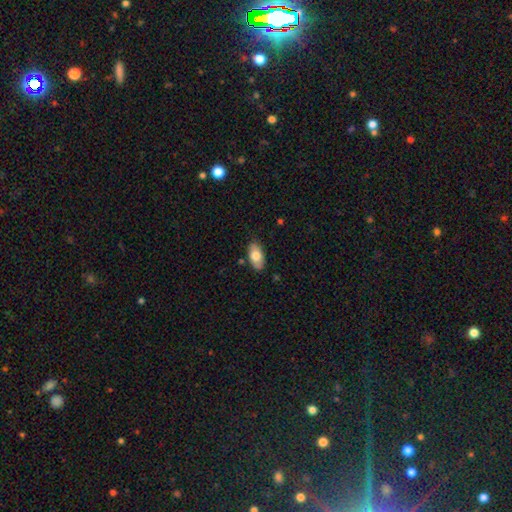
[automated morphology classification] smooth 75%, featured or disk 18%, star or artifact 6%. Down the decision tree: how rounded — in between (93%); merging — none (83%).